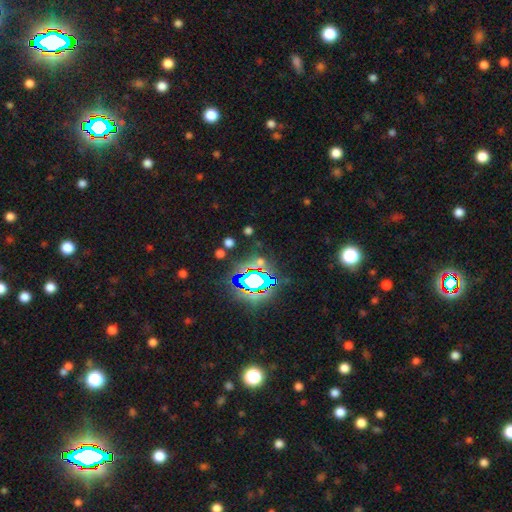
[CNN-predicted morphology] This is likely a star or artifact rather than a galaxy (80%).